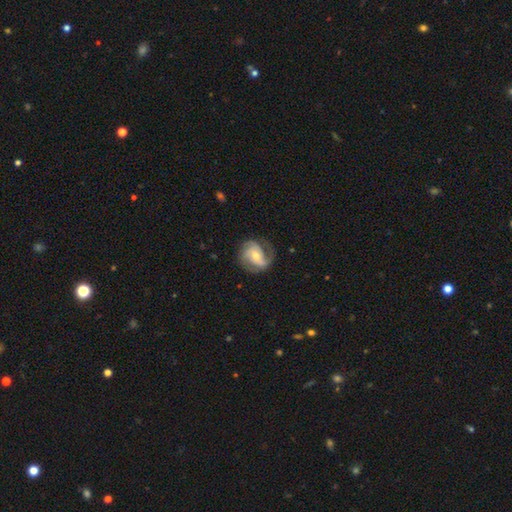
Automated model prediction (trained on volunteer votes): This appears to be a featured or disk galaxy (83%) with no bar (48%), 3 (42%) medium (48%) spiral arms (96%) and a moderate central bulge (54%). Merging: none (71%).